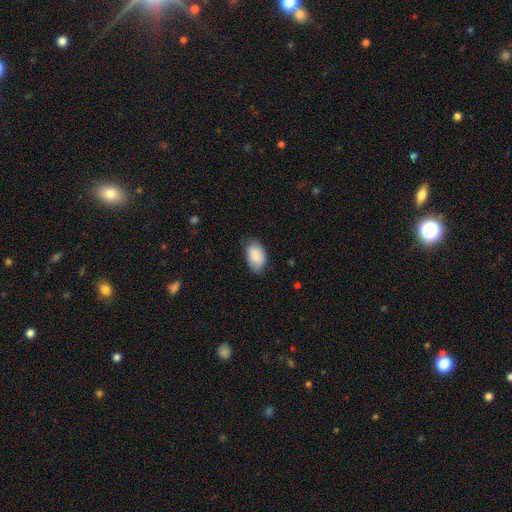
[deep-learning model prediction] A smooth galaxy with no disk features (86%) that is in between round and cigar-shaped (93%).

Vote fractions:
- Smooth or featured? smooth: 86% / featured or disk: 7% / star or artifact: 6%
- How rounded? in between: 93% / round: 5% / cigar-shaped: 1%
- Merging? none: 73% / minor disturbance: 22% / major disturbance: 4% / merger: 1%